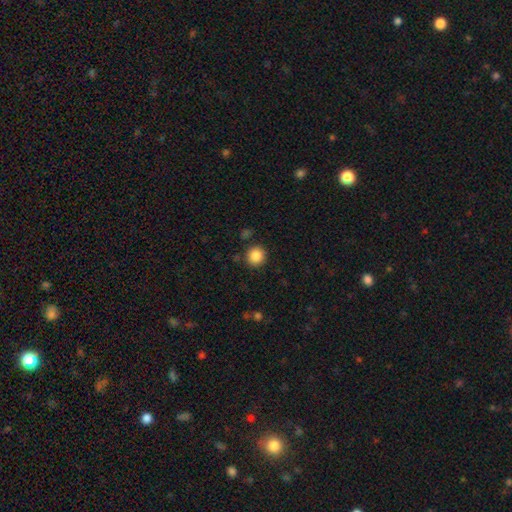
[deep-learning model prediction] smooth-or-featured: smooth: 87% | star or artifact: 9% | featured or disk: 4%
  how-rounded: round: 92% | in between: 7% | cigar-shaped: 1%
  merging: none: 88% | minor disturbance: 7% | merger: 2% | major disturbance: 2%